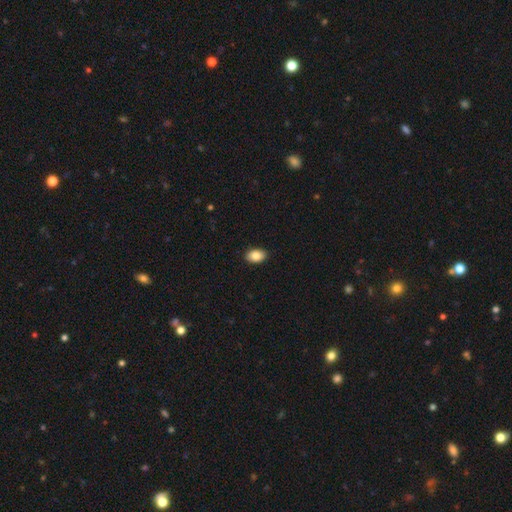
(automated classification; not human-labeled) Smooth or featured?
  - smooth: 87% *
  - star or artifact: 7%
  - featured or disk: 6%
How rounded?
  - in between: 90% *
  - round: 9%
  - cigar-shaped: 1%
Merging?
  - none: 90% *
  - minor disturbance: 7%
  - major disturbance: 2%
  - merger: 1%